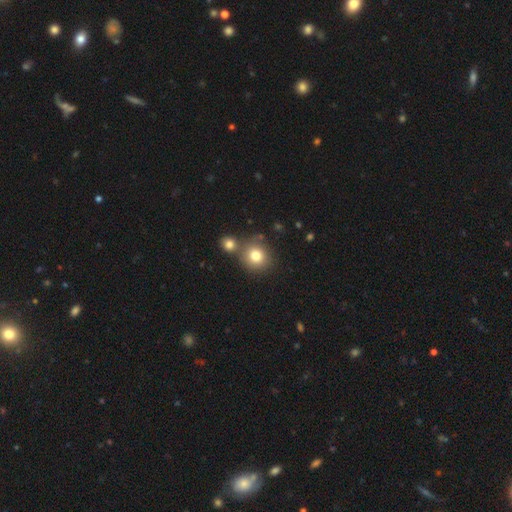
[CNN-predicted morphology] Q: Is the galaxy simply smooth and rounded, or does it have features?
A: smooth — 78%.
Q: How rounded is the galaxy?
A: round — 87%.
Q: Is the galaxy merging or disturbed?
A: none — 61%.